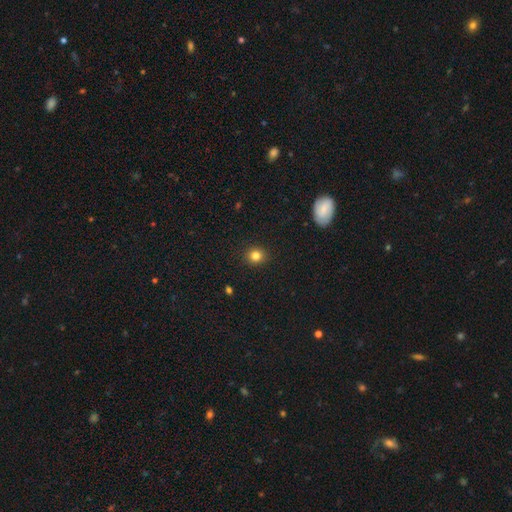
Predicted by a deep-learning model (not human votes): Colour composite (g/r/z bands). It shows a smooth galaxy with no disk features (82%) that is round (82%). Merging: none (90%).